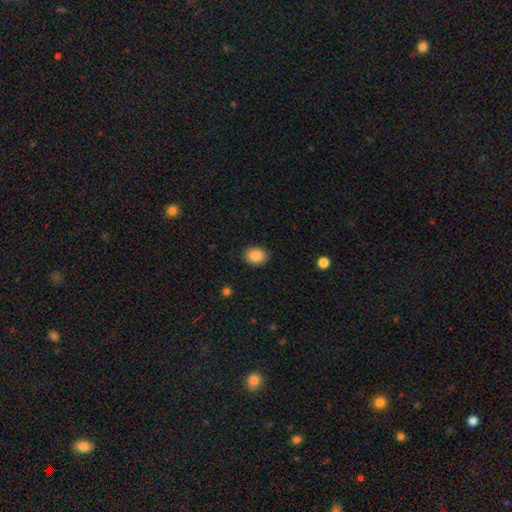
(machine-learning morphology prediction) smooth_or_featured: smooth (p=0.88) [alt: star or artifact p=0.08]
how_rounded: in between (p=0.64) [alt: round p=0.35]
merging: none (p=0.87) [alt: minor disturbance p=0.09]